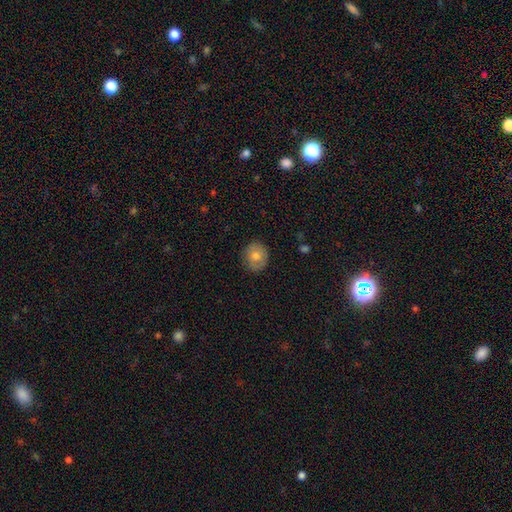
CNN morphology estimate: This is likely a smooth galaxy (73%). How rounded: likely round (72%). Merging: clearly none (85%).